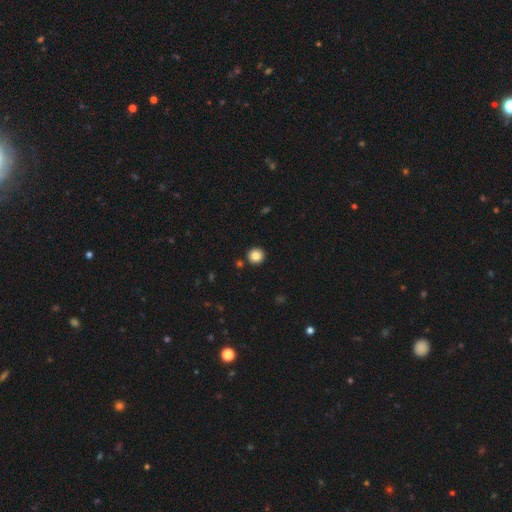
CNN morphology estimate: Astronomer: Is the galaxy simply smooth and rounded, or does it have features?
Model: smooth — 85%.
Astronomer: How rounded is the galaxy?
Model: round — 94%.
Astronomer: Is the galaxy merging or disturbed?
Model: none — 91%.